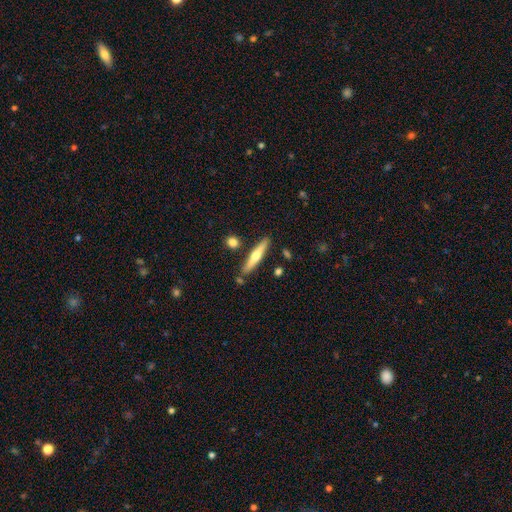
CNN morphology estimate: The model was most divided on "smooth or featured": featured or disk: 50%, smooth: 44%, star or artifact: 5%. More confident: edge-on disk — yes (94%); merging — none (84%).